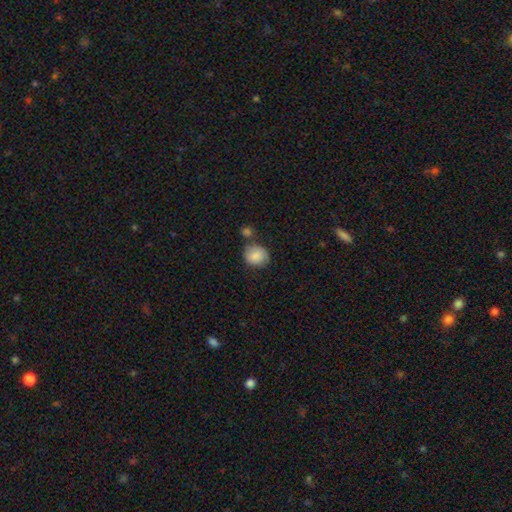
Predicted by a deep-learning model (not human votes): The model was most divided on "merging": none: 64%, minor disturbance: 16%, merger: 15%, major disturbance: 4%. More confident: smooth or featured — smooth (82%); how rounded — round (78%).